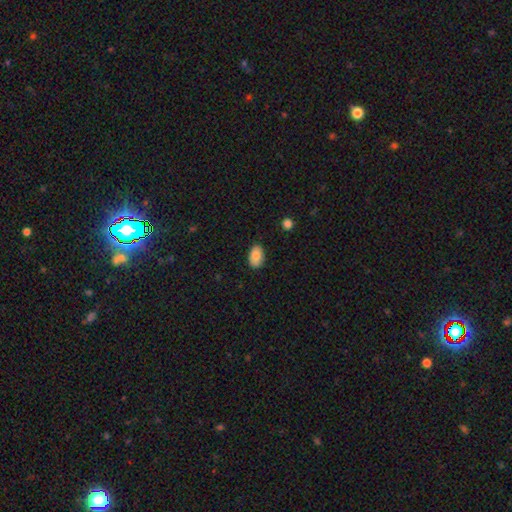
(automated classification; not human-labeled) Q: Smooth or featured?
A: smooth (83%); runner-up: featured or disk (10%)
Q: How rounded?
A: in between (91%); runner-up: round (7%)
Q: Merging?
A: none (85%); runner-up: minor disturbance (12%)